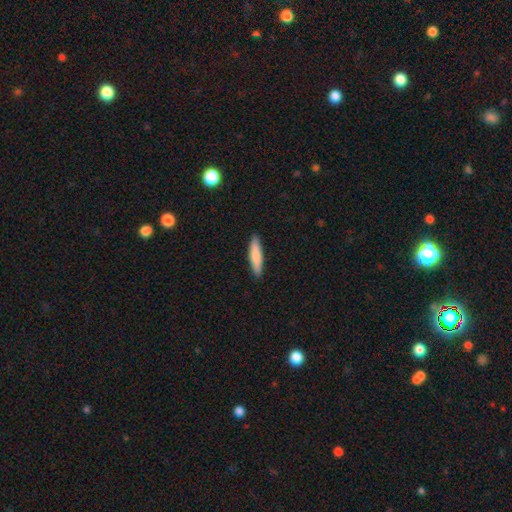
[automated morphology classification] smooth-or-featured: smooth: 79% | featured or disk: 16% | star or artifact: 5%
  how-rounded: cigar-shaped: 83% | in between: 15% | round: 1%
  merging: none: 90% | minor disturbance: 7% | major disturbance: 1% | merger: 1%